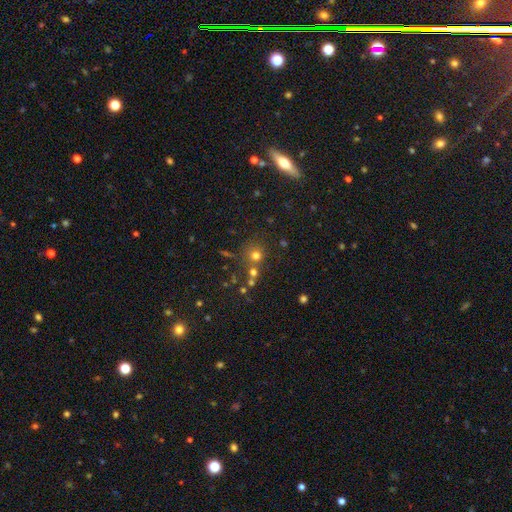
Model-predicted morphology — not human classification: smooth_or_featured: smooth (p=0.69) [alt: star or artifact p=0.22]
how_rounded: round (p=0.90) [alt: in between p=0.09]
merging: none (p=0.67) [alt: merger p=0.19]